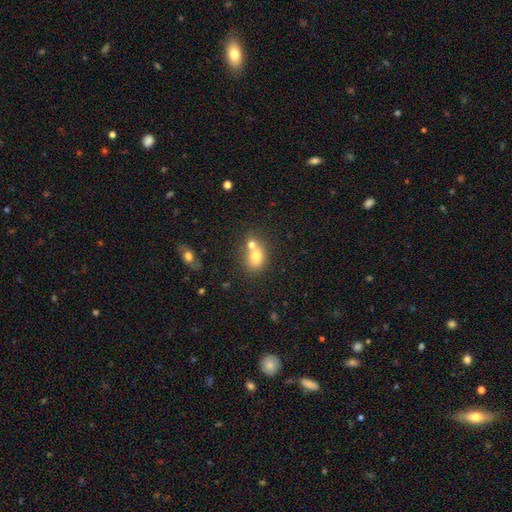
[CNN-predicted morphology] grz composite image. It shows a smooth galaxy with no disk features (74%) that is in between round and cigar-shaped (55%). Merging: merger (48%).